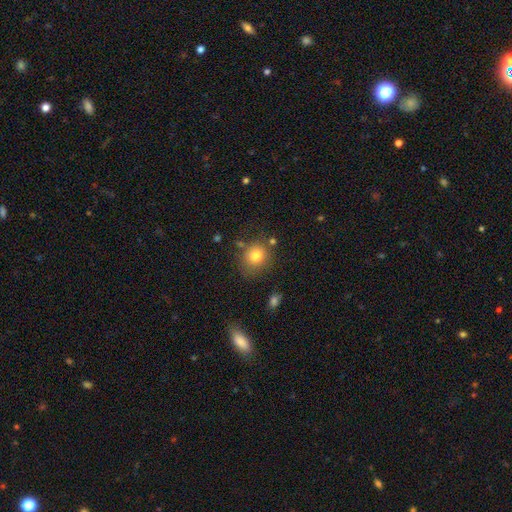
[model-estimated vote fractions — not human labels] Smooth or featured? smooth (79%)
How rounded? round (77%)
Merging? none (75%)